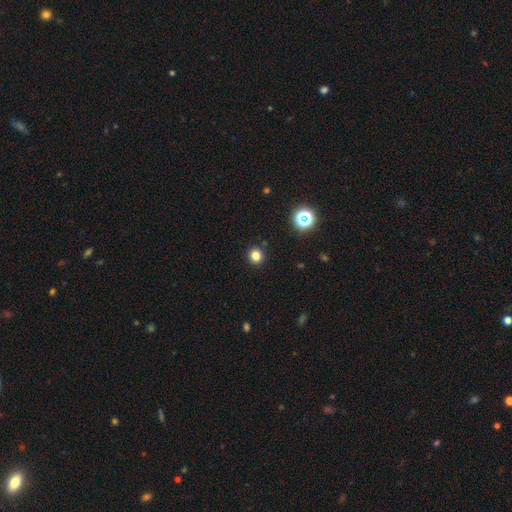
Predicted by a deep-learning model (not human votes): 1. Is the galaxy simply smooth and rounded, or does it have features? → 79% smooth, 16% star or artifact, 5% featured or disk.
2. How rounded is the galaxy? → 92% round, 8% in between, 1% cigar-shaped.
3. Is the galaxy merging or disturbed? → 92% none, 5% minor disturbance, 2% major disturbance, 1% merger.